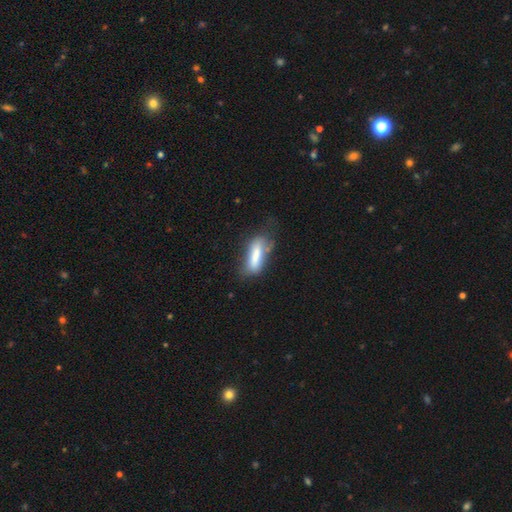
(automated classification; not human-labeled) Smooth or featured?
  - smooth: 71% *
  - featured or disk: 21%
  - star or artifact: 8%
How rounded?
  - cigar-shaped: 50% *
  - in between: 48%
  - round: 2%
Merging?
  - none: 47% *
  - minor disturbance: 30%
  - major disturbance: 17%
  - merger: 6%